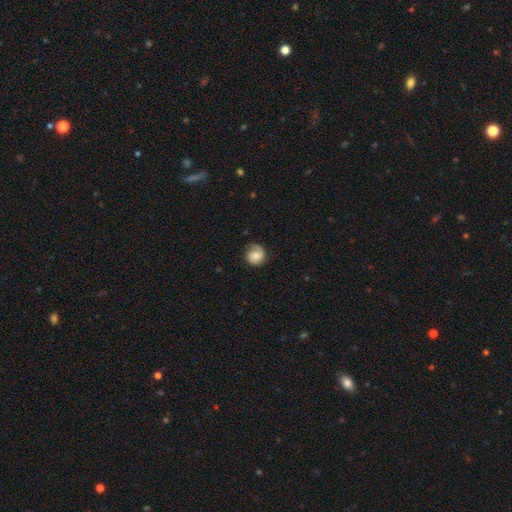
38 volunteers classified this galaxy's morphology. Volunteers were most divided on "bar": weak: 50%, no: 46%, strong: 4%. More confident: edge-on disk — no (100%); spiral arms — yes (92%); merging — none (72%); smooth or featured — featured or disk (68%); bulge size — moderate (65%); spiral arm count — 2 (54%); spiral winding — medium (54%).